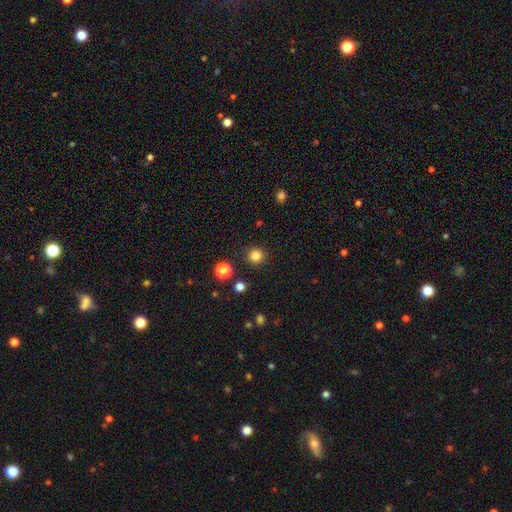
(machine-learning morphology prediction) type=smooth (82%); roundness=round (95%); merging=none (92%).